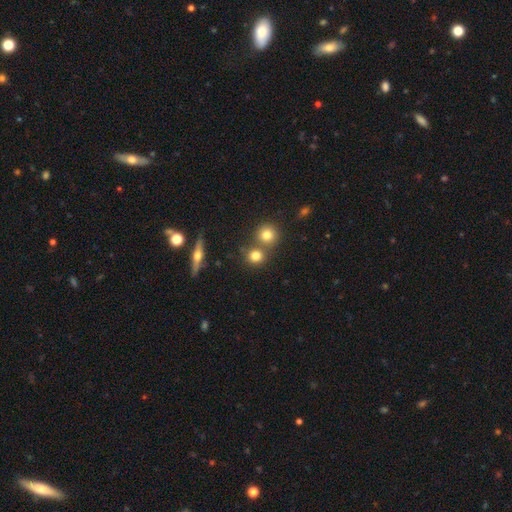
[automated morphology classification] smooth_or_featured: smooth (p=0.76) [alt: star or artifact p=0.12]
how_rounded: round (p=0.86) [alt: in between p=0.12]
merging: none (p=0.66) [alt: merger p=0.24]